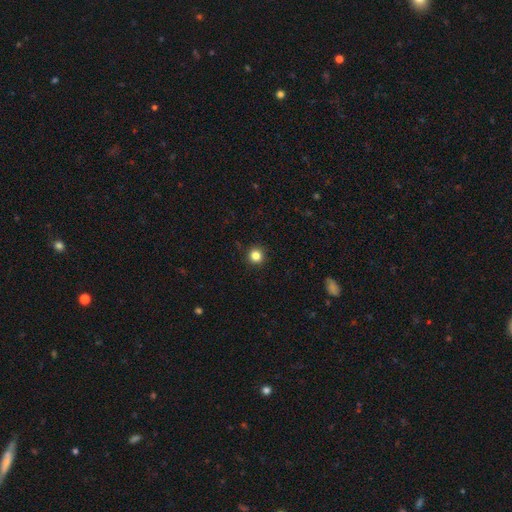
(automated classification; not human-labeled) A smooth galaxy with no disk features (84%) that is round (96%). Merging: none (93%).